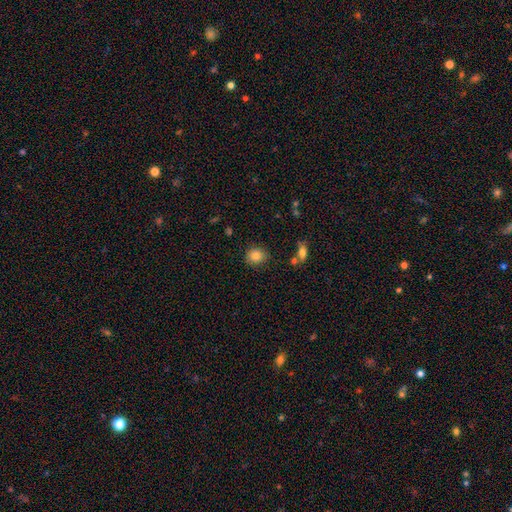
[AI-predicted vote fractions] A smooth galaxy with no disk features (84%) that is round (78%).

Vote fractions:
- Smooth or featured? smooth: 84% / star or artifact: 9% / featured or disk: 7%
- How rounded? round: 78% / in between: 21% / cigar-shaped: 1%
- Merging? none: 84% / minor disturbance: 11% / merger: 3% / major disturbance: 3%